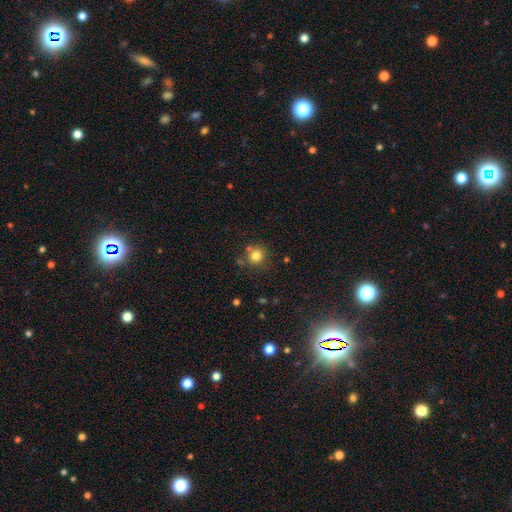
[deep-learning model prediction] This is clearly a smooth galaxy (80%). How rounded: clearly round (90%). Merging: likely none (75%).